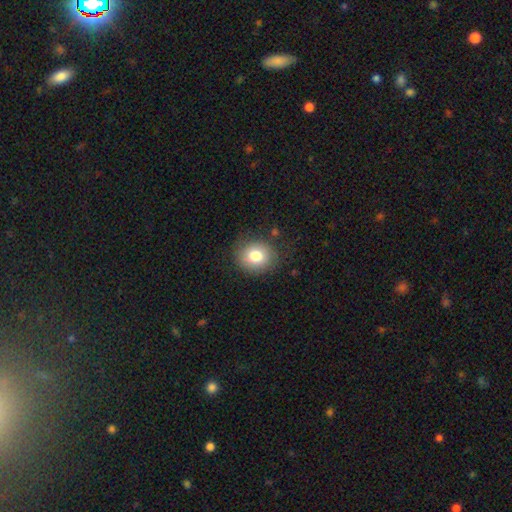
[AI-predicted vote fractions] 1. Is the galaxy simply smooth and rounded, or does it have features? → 80% smooth, 10% featured or disk, 10% star or artifact.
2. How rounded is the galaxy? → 75% round, 24% in between, 1% cigar-shaped.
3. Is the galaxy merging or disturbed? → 82% none, 13% minor disturbance, 4% major disturbance, 2% merger.